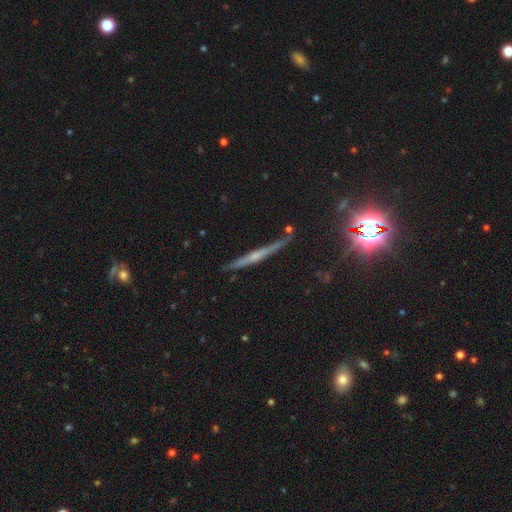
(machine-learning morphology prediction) Smooth or featured?
  - featured or disk: 63% *
  - smooth: 23%
  - star or artifact: 14%
Edge-on disk?
  - yes: 96% *
  - no: 4%
Edge-on bulge?
  - rounded: 52% *
  - none: 37%
  - boxy: 11%
Merging?
  - none: 79% *
  - minor disturbance: 14%
  - major disturbance: 3%
  - merger: 3%